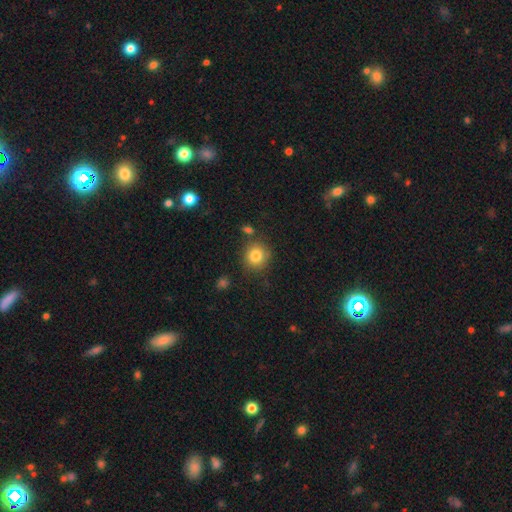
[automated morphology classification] smooth 82%, star or artifact 10%, featured or disk 8%. Down the decision tree: how rounded — round (89%); merging — none (81%).